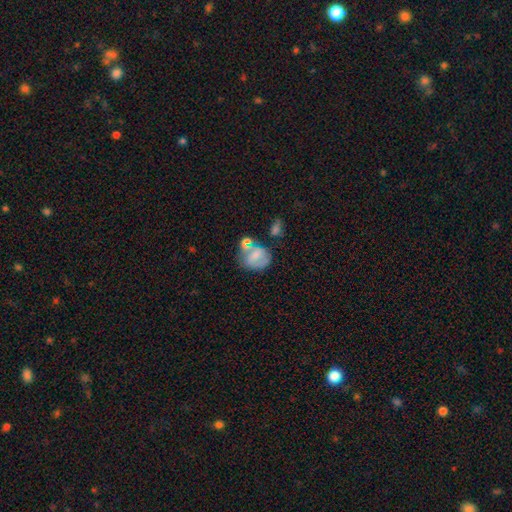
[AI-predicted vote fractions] smooth_or_featured: smooth (p=0.56) [alt: featured or disk p=0.34]
how_rounded: round (p=0.53) [alt: in between p=0.46]
merging: none (p=0.40) [alt: merger p=0.23]